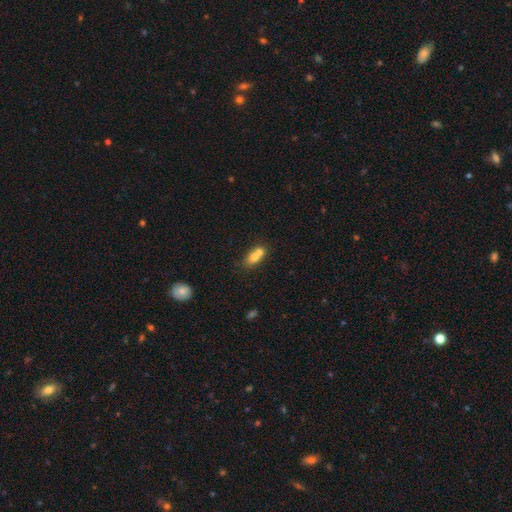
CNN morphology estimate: Smooth or featured? smooth (69%)
How rounded? in between (65%)
Merging? merger (60%)